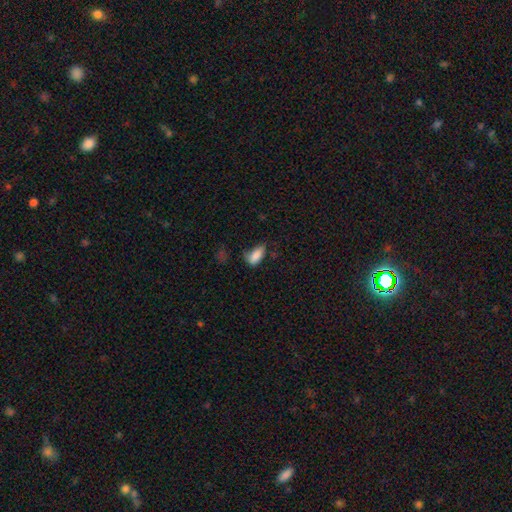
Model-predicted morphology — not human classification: A smooth galaxy with no disk features (84%) that is in between round and cigar-shaped (87%). Merging: none (45%).